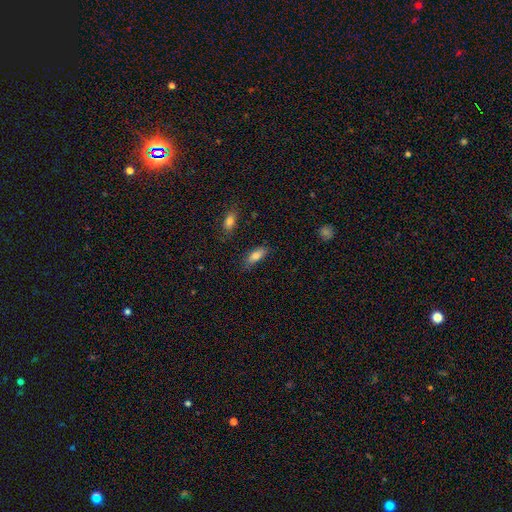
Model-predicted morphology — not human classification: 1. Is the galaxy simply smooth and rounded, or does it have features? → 80% smooth, 12% featured or disk, 8% star or artifact.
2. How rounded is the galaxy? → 77% in between, 21% cigar-shaped, 2% round.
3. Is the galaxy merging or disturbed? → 76% none, 18% minor disturbance, 4% major disturbance, 2% merger.